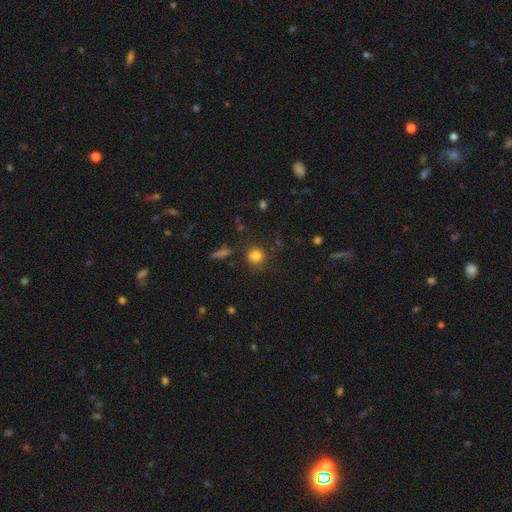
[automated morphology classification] type=smooth (81%); roundness=round (89%); merging=none (81%).